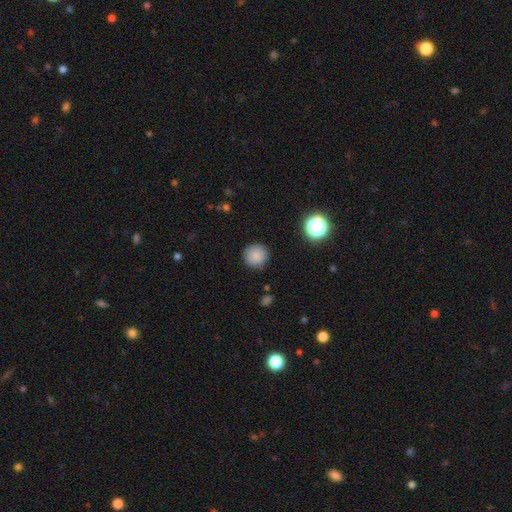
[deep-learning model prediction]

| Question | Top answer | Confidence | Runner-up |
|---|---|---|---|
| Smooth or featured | smooth | 85% | star or artifact (10%) |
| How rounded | round | 95% | in between (4%) |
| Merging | none | 89% | minor disturbance (8%) |